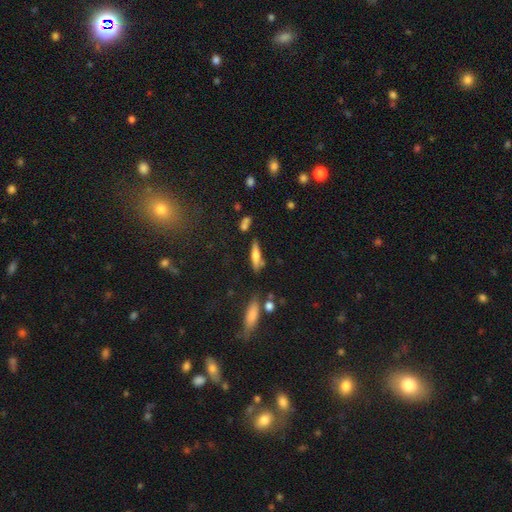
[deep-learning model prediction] smooth 55%, featured or disk 36%, star or artifact 9%. Down the decision tree: how rounded — cigar-shaped (71%); merging — none (68%).